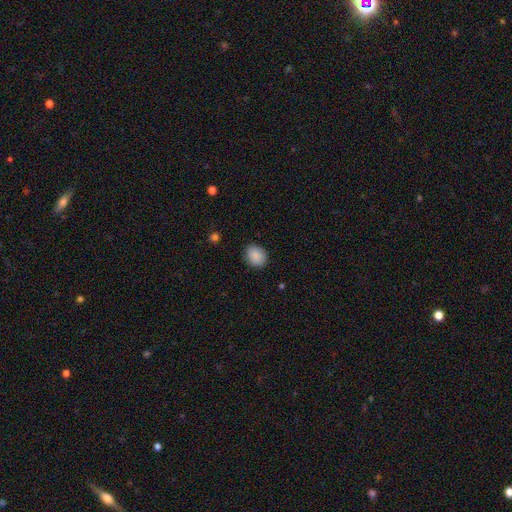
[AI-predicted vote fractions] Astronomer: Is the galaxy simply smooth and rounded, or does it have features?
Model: smooth — 89%.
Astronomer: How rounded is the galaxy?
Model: round — 53% (runner-up: in between, 46%).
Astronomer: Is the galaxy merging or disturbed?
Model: none — 87%.